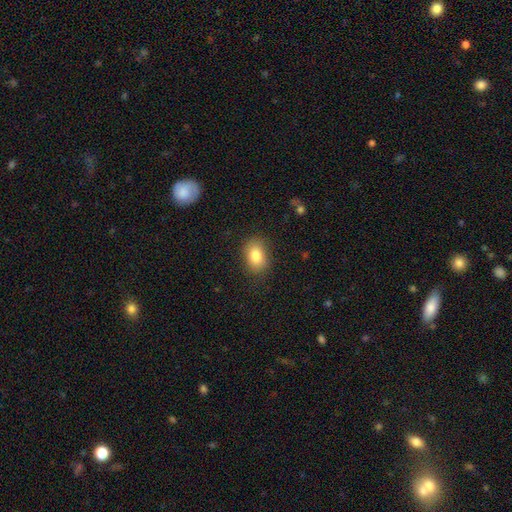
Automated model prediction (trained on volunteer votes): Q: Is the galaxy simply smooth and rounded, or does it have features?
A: smooth — 83%.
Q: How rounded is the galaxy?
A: in between — 76%.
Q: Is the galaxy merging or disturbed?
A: none — 83%.